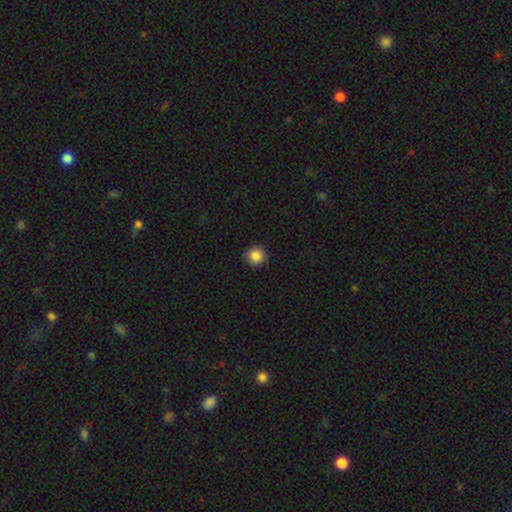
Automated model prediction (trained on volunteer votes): Q: Smooth or featured?
A: smooth (86%); runner-up: star or artifact (10%)
Q: How rounded?
A: round (93%); runner-up: in between (6%)
Q: Merging?
A: none (91%); runner-up: minor disturbance (6%)